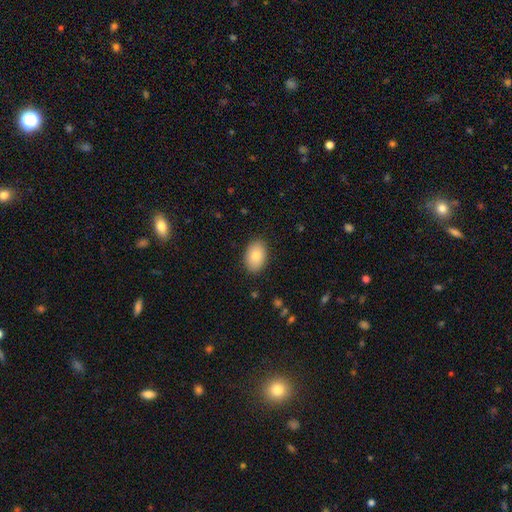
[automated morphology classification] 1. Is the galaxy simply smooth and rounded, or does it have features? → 84% smooth, 10% featured or disk, 7% star or artifact.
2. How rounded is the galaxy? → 87% in between, 12% round, 1% cigar-shaped.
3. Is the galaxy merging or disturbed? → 87% none, 10% minor disturbance, 2% major disturbance, 1% merger.